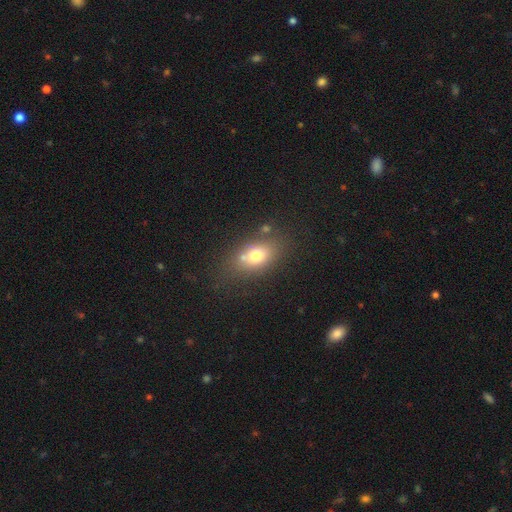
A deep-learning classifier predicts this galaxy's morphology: This is likely a smooth galaxy (70%). How rounded: likely in between (76%). Merging: likely none (62%).